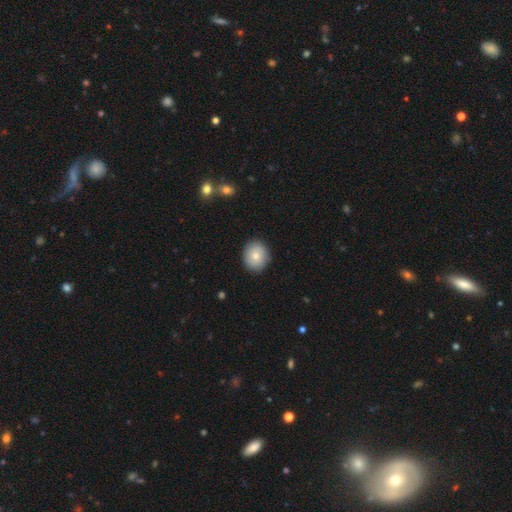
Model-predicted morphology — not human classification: Smooth or featured?
  - smooth: 78% *
  - featured or disk: 15%
  - star or artifact: 8%
How rounded?
  - round: 68% *
  - in between: 31%
  - cigar-shaped: 1%
Merging?
  - none: 89% *
  - minor disturbance: 8%
  - major disturbance: 2%
  - merger: 1%